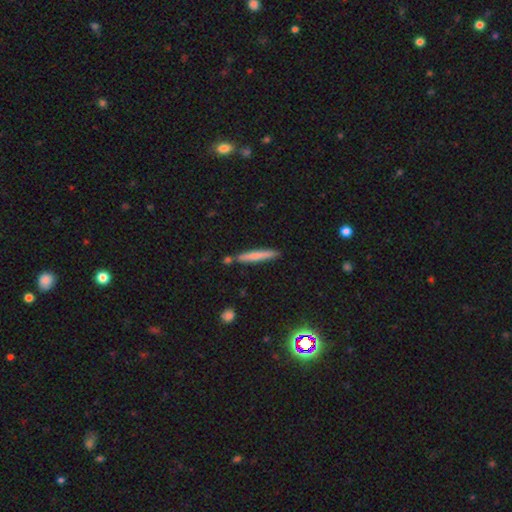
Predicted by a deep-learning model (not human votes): This is likely a smooth galaxy (67%). How rounded: clearly cigar-shaped (94%). Merging: clearly none (80%).